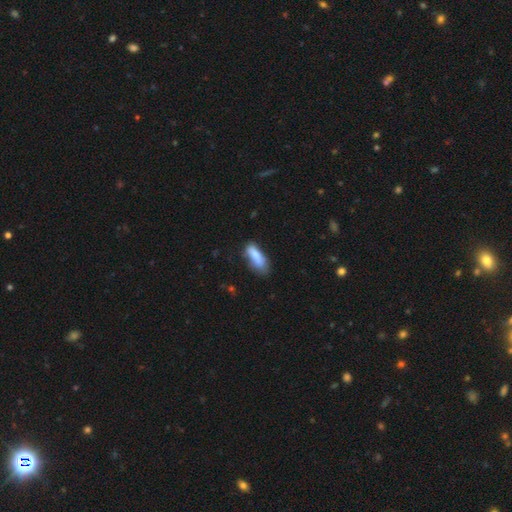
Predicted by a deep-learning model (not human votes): Q: Smooth or featured?
A: smooth (79%); runner-up: featured or disk (13%)
Q: How rounded?
A: in between (67%); runner-up: cigar-shaped (31%)
Q: Merging?
A: none (51%); runner-up: minor disturbance (33%)